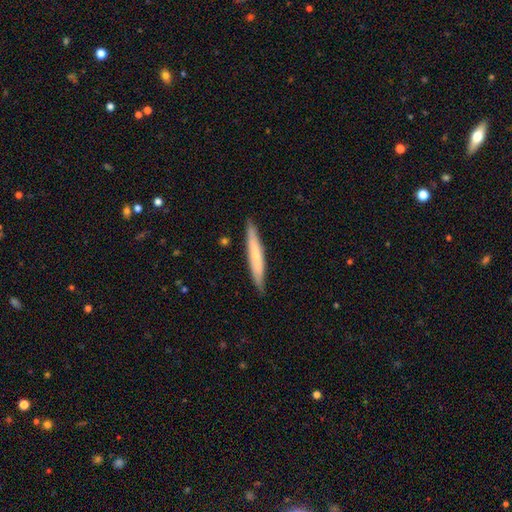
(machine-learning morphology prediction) Smooth or featured: smooth — 58% (featured or disk — 36%)
How rounded: cigar-shaped — 95% (in between — 4%)
Merging: none — 88% (minor disturbance — 9%)